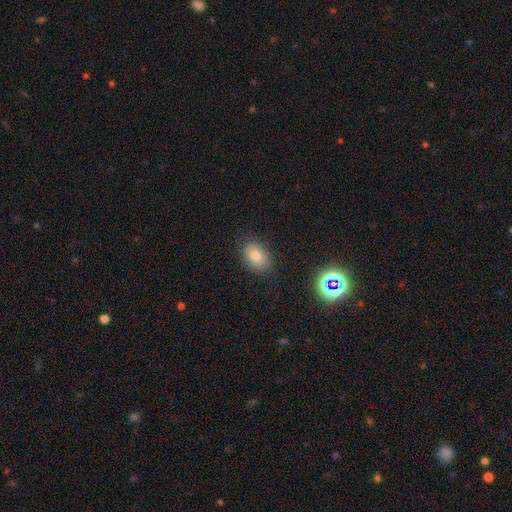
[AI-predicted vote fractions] Smooth or featured? Predicted: smooth (p=0.75). How rounded? Predicted: in between (p=0.74). Merging? Predicted: none (p=0.83).